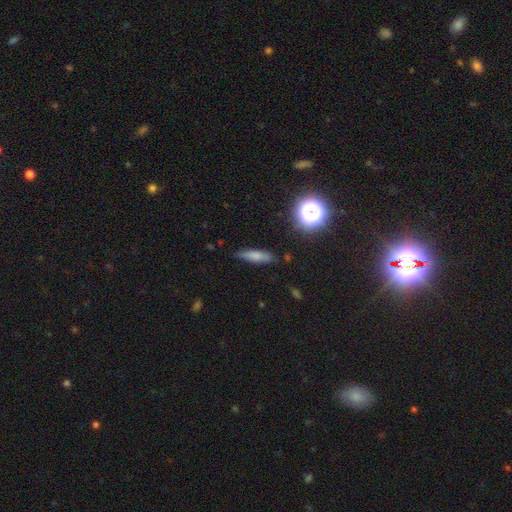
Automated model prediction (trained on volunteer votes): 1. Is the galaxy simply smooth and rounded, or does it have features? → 70% smooth, 18% featured or disk, 11% star or artifact.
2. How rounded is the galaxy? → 64% cigar-shaped, 32% in between, 4% round.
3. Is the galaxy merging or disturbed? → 78% none, 17% minor disturbance, 3% major disturbance, 2% merger.